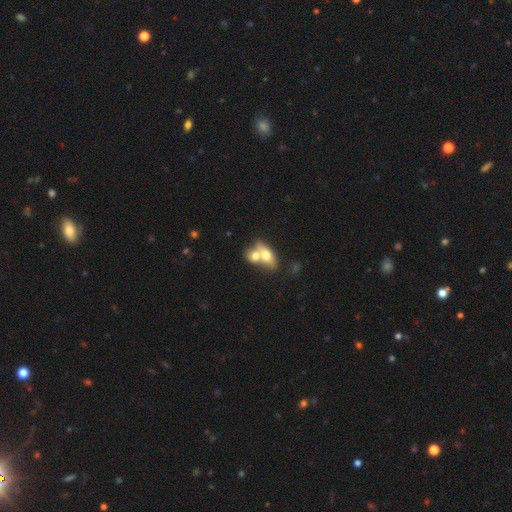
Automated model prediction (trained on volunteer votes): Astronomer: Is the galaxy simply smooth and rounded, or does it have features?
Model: smooth — 66%.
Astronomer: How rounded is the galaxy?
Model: in between — 75%.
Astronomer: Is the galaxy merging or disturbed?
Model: merger — 73%.